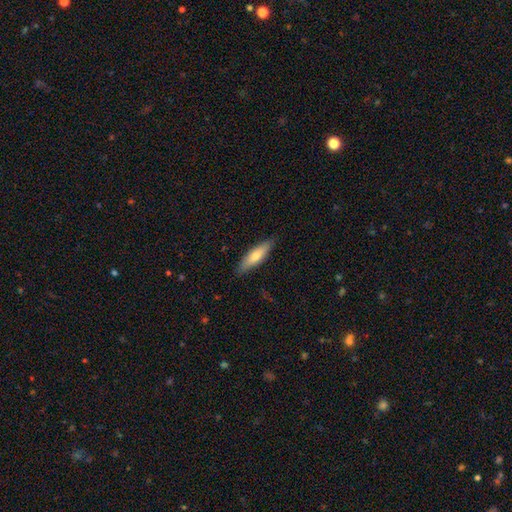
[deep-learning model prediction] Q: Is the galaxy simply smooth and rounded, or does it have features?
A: smooth — 66%.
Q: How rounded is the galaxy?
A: cigar-shaped — 65%.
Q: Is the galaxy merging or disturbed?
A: none — 86%.